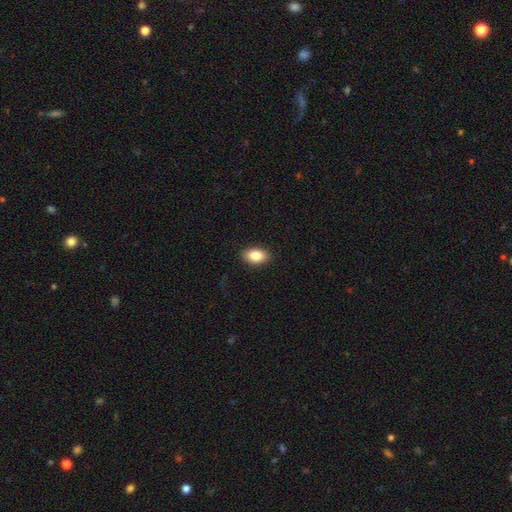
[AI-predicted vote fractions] A smooth galaxy with no disk features (86%) that is in between round and cigar-shaped (91%). Merging: none (89%).